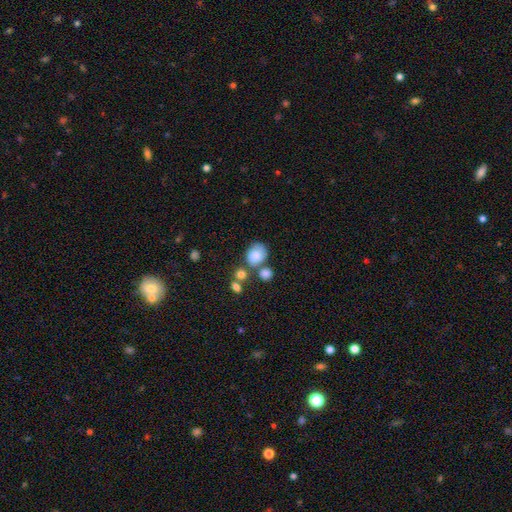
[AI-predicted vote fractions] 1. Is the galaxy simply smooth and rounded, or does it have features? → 77% smooth, 13% featured or disk, 9% star or artifact.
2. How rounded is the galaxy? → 50% round, 49% in between, 1% cigar-shaped.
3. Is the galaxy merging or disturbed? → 43% none, 27% merger, 20% minor disturbance, 9% major disturbance.